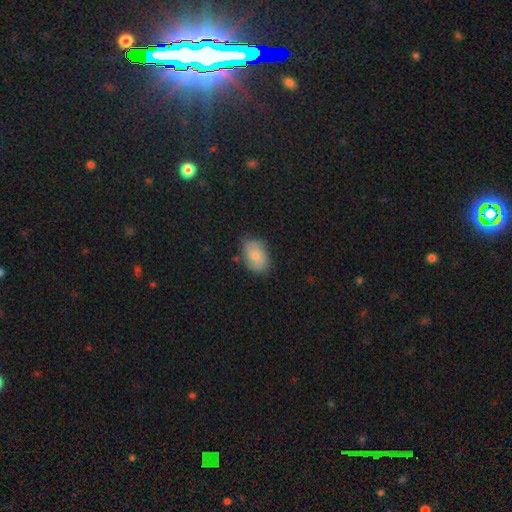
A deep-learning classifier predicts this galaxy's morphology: Smooth or featured? smooth (66%)
How rounded? in between (84%)
Merging? none (73%)